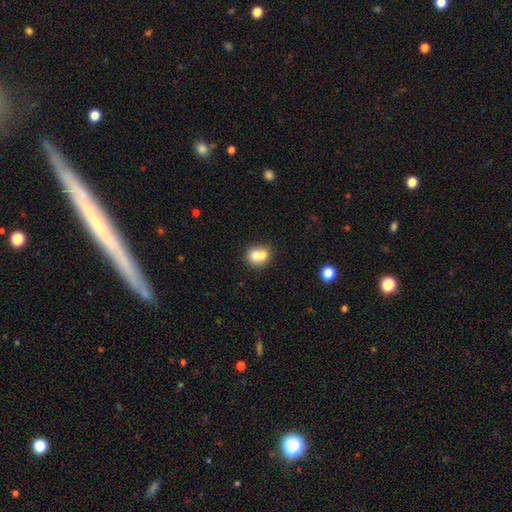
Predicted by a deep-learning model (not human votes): Smooth or featured? Predicted: smooth (p=0.70). How rounded? Predicted: round (p=0.75). Merging? Predicted: merger (p=0.63).